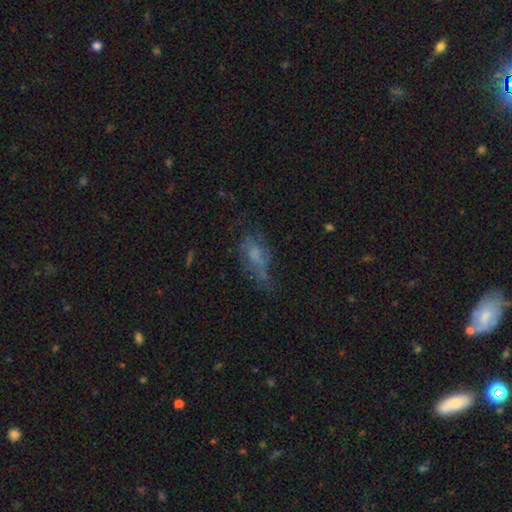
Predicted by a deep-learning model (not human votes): Smooth or featured? Predicted: smooth (p=0.45). Merging? Predicted: none (p=0.38).